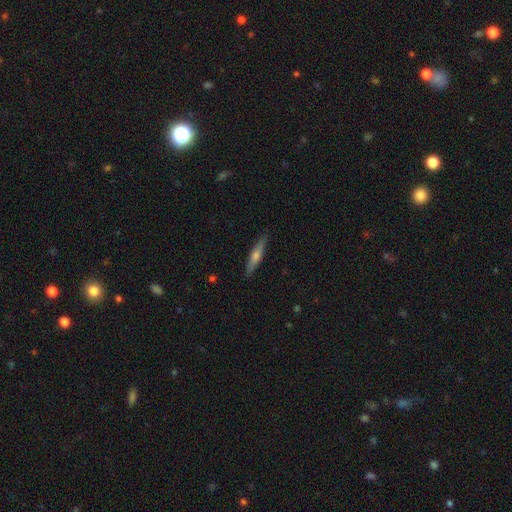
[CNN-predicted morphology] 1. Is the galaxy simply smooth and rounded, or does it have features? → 56% featured or disk, 38% smooth, 7% star or artifact.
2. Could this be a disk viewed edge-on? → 95% yes, 5% no.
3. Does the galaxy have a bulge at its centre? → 83% rounded, 11% none, 6% boxy.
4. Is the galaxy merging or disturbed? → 90% none, 8% minor disturbance, 1% major disturbance, 1% merger.